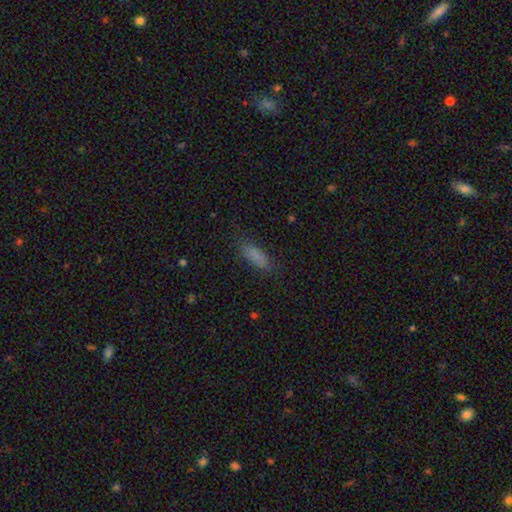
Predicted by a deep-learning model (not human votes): smooth_or_featured: smooth (p=0.83) [alt: star or artifact p=0.10]
how_rounded: in between (p=0.61) [alt: cigar-shaped p=0.36]
merging: none (p=0.79) [alt: minor disturbance p=0.15]